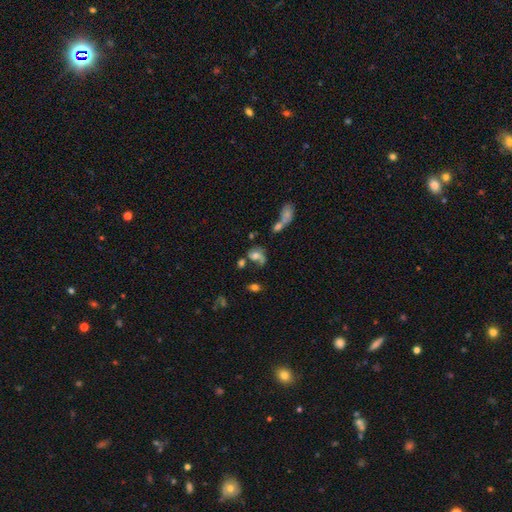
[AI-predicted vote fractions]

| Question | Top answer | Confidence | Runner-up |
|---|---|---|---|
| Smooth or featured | smooth | 50% | featured or disk (36%) |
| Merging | none | 31% | merger (27%) |